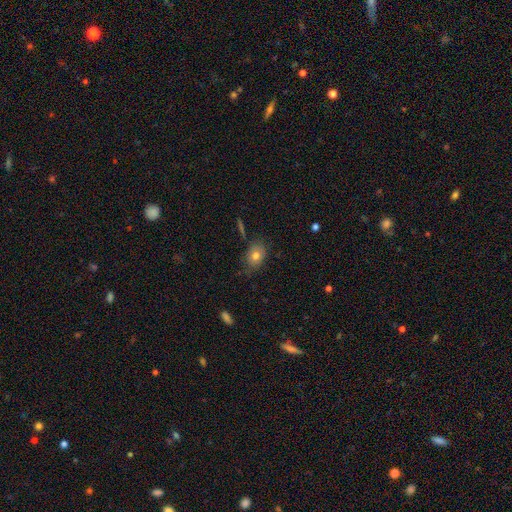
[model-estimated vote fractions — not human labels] Smooth or featured? Predicted: smooth (p=0.76). How rounded? Predicted: in between (p=0.64). Merging? Predicted: none (p=0.74).